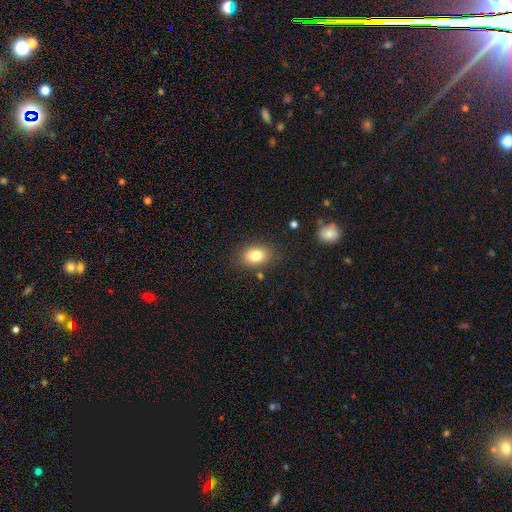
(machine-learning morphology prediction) Overall: smooth (81%). How rounded: in between (73%). Merging: none (83%).